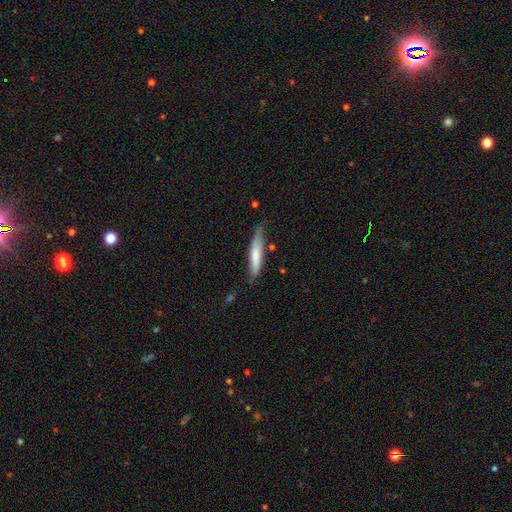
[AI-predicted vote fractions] Morphology: type=smooth (70%); roundness=cigar-shaped (86%); merging=none (66%).